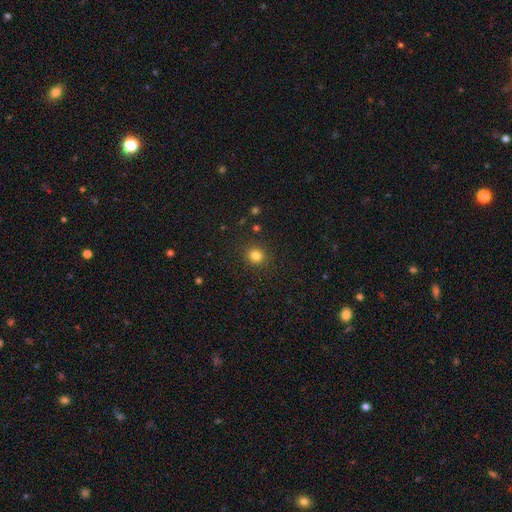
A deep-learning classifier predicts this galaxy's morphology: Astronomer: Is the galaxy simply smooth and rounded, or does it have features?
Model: smooth — 82%.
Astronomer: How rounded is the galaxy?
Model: round — 82%.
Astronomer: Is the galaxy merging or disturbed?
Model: none — 90%.